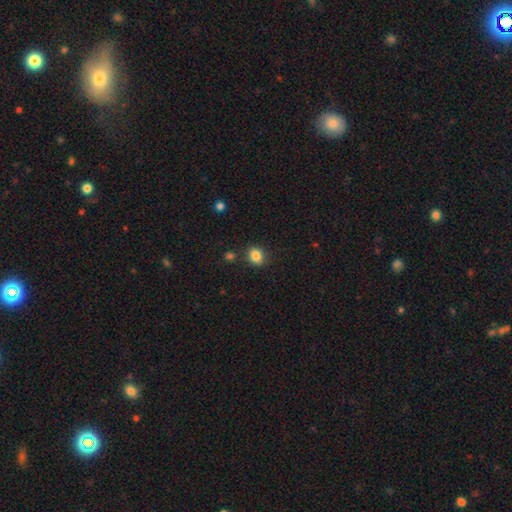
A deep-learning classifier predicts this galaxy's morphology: Smooth or featured? Predicted: smooth (p=0.84). How rounded? Predicted: in between (p=0.51). Merging? Predicted: none (p=0.82).